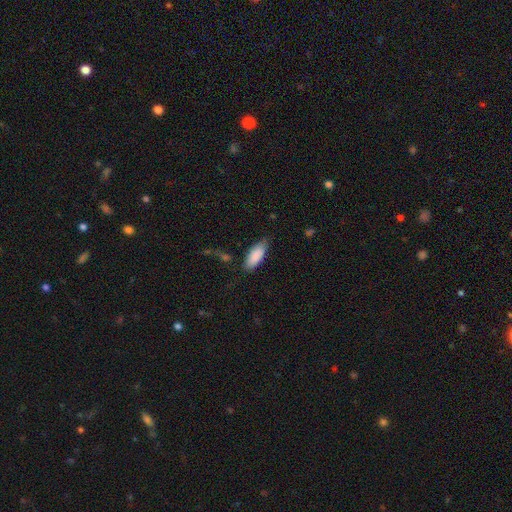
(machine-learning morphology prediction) This is clearly a smooth galaxy (87%). How rounded: clearly in between (80%). Merging: likely none (70%).